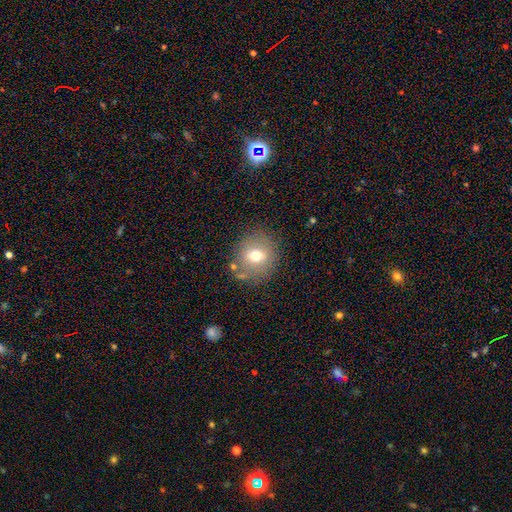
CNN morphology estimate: smooth_or_featured: smooth (p=0.67) [alt: featured or disk p=0.20]
how_rounded: round (p=0.80) [alt: in between p=0.19]
merging: none (p=0.79) [alt: minor disturbance p=0.12]